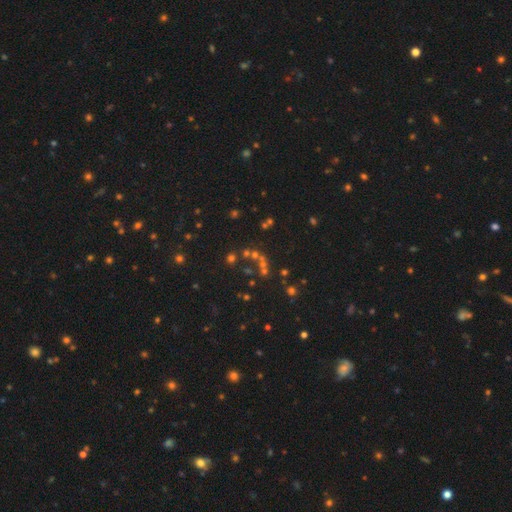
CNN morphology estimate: Overall: star or artifact (52%; smooth 30%).